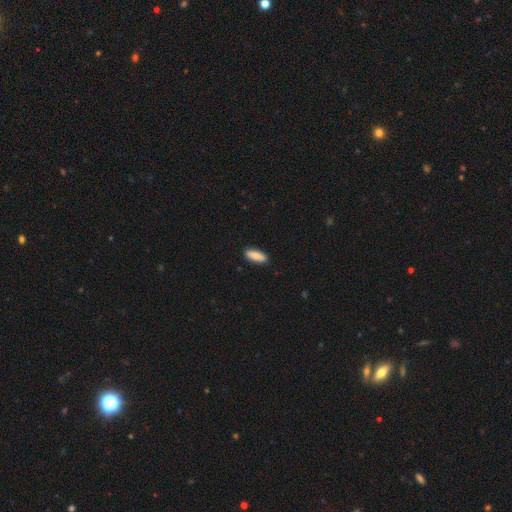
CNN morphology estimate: smooth_or_featured: smooth (p=0.85) [alt: featured or disk p=0.09]
how_rounded: in between (p=0.64) [alt: cigar-shaped p=0.34]
merging: none (p=0.88) [alt: minor disturbance p=0.09]